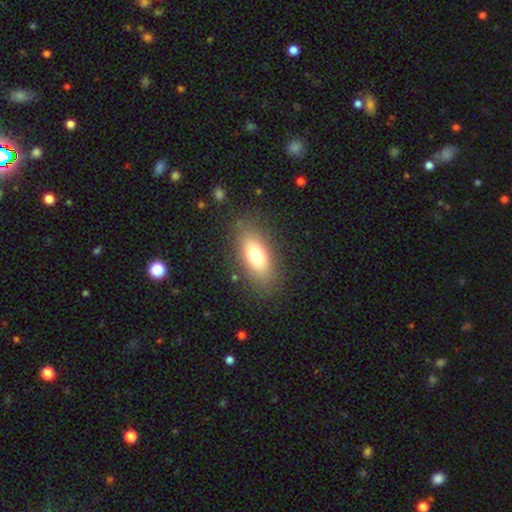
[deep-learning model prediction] This appears to be a smooth galaxy with no disk features (72%) that is in between round and cigar-shaped (82%). Merging: none (83%).